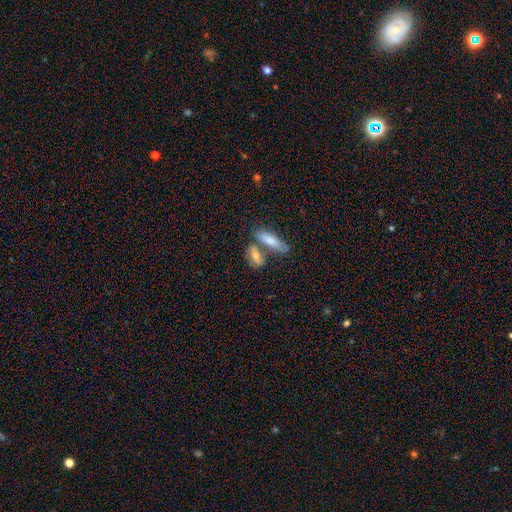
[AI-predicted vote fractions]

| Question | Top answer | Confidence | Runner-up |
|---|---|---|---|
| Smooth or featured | smooth | 68% | featured or disk (25%) |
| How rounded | in between | 62% | cigar-shaped (33%) |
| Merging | none | 47% | merger (36%) |